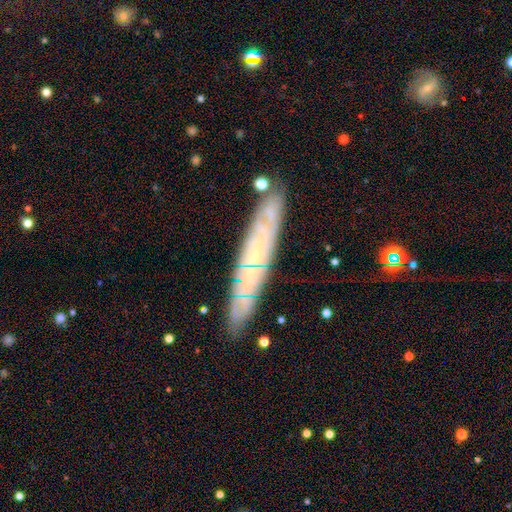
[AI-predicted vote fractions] Morphology: type=featured or disk (72%); edge-on=yes (50%, tied with no); merging=none (84%).